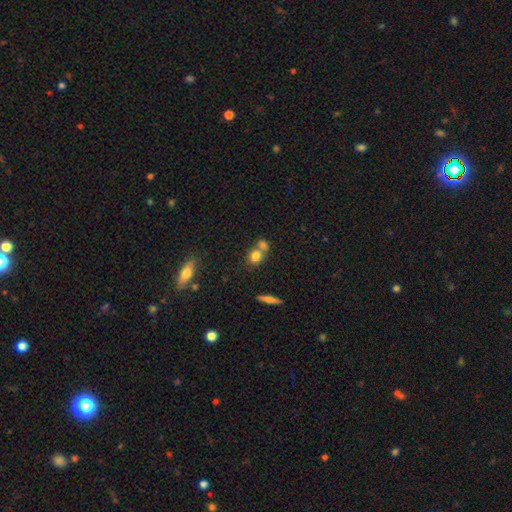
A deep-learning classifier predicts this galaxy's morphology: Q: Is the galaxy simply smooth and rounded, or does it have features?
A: smooth — 76%.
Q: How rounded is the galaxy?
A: round — 61%.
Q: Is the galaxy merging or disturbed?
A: merger — 49%.